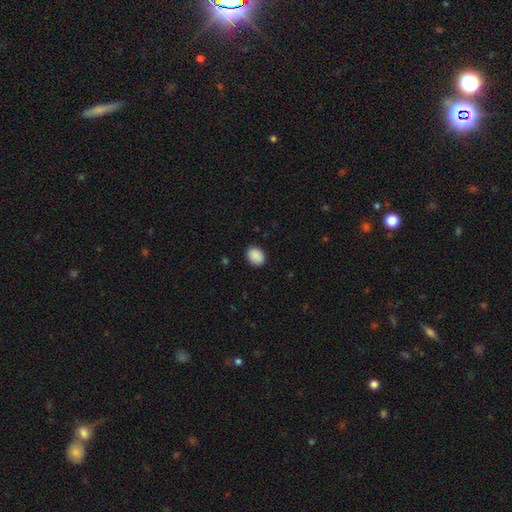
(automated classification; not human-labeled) Smooth or featured?
  - smooth: 90% *
  - star or artifact: 7%
  - featured or disk: 3%
How rounded?
  - in between: 68% *
  - round: 31%
  - cigar-shaped: 1%
Merging?
  - none: 88% *
  - minor disturbance: 9%
  - major disturbance: 2%
  - merger: 1%